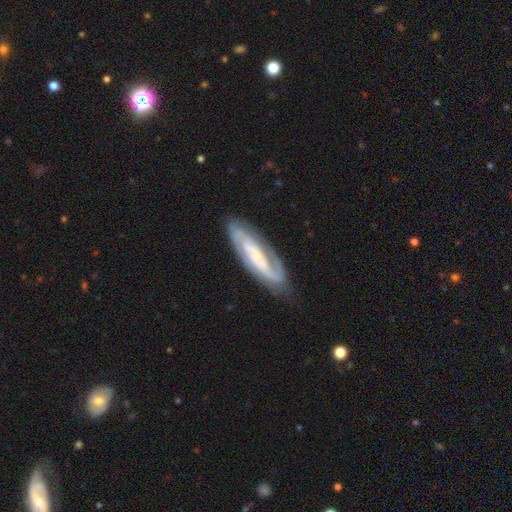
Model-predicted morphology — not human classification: Smooth or featured? Predicted: featured or disk (p=0.83). Edge-on disk? Predicted: no (p=0.87). Bar? Predicted: no (p=0.43). Spiral arms? Predicted: yes (p=0.95). Spiral winding? Predicted: tight (p=0.50). Spiral arm count? Predicted: 2 (p=0.68). Bulge size? Predicted: small (p=0.66). Merging? Predicted: none (p=0.78).